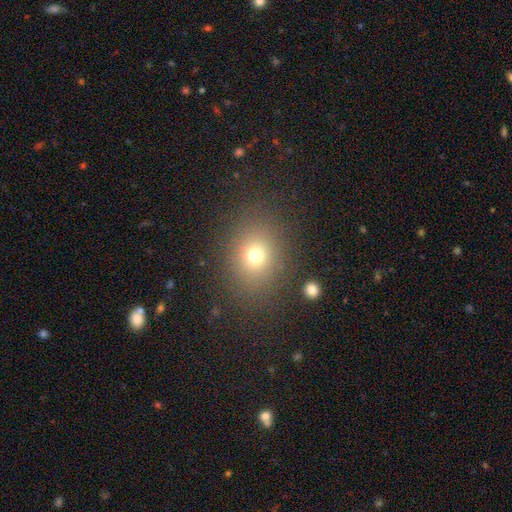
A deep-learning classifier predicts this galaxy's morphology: smooth-or-featured: smooth: 72% | star or artifact: 17% | featured or disk: 11%
  how-rounded: round: 56% | in between: 43% | cigar-shaped: 1%
  merging: none: 84% | minor disturbance: 9% | major disturbance: 5% | merger: 2%